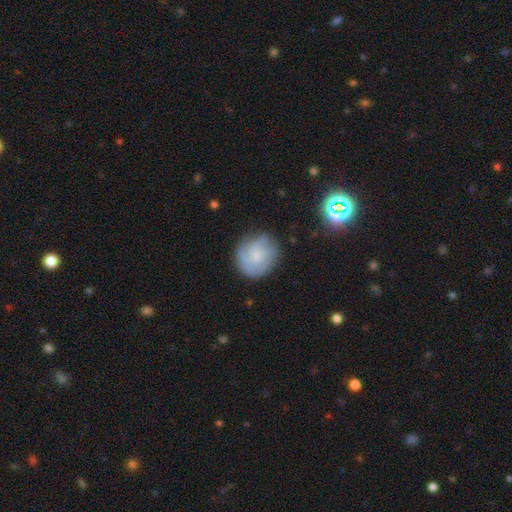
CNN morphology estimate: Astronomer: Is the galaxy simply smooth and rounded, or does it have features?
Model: smooth — 46% (runner-up: featured or disk, 45%).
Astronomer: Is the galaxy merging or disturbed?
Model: none — 74%.